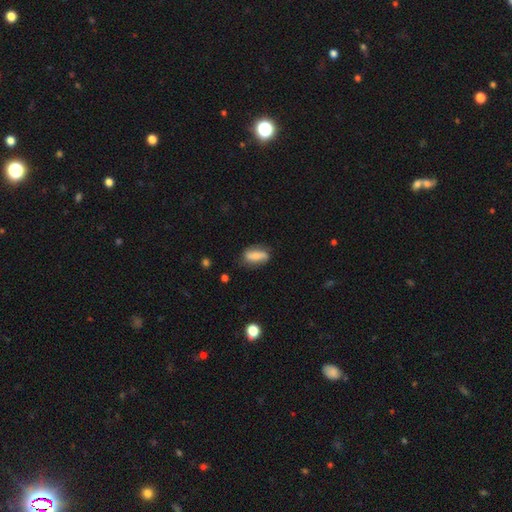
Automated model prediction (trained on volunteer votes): Smooth or featured?
  - smooth: 65% *
  - featured or disk: 27%
  - star or artifact: 8%
How rounded?
  - in between: 77% *
  - cigar-shaped: 18%
  - round: 5%
Merging?
  - none: 71% *
  - minor disturbance: 21%
  - major disturbance: 5%
  - merger: 2%